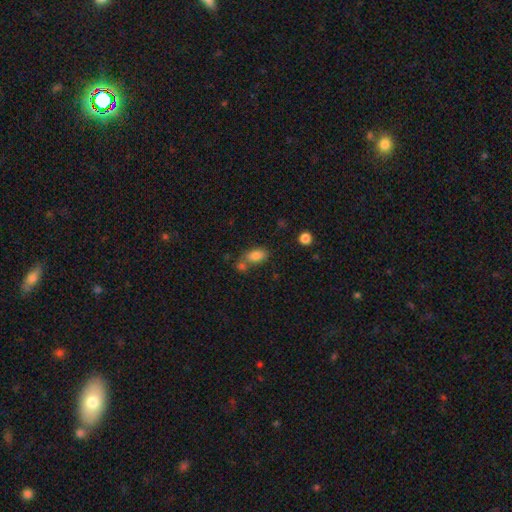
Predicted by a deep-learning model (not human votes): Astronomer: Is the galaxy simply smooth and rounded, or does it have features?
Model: smooth — 82%.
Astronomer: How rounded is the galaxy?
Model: in between — 89%.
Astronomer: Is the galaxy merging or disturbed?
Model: none — 51% (runner-up: merger, 30%).